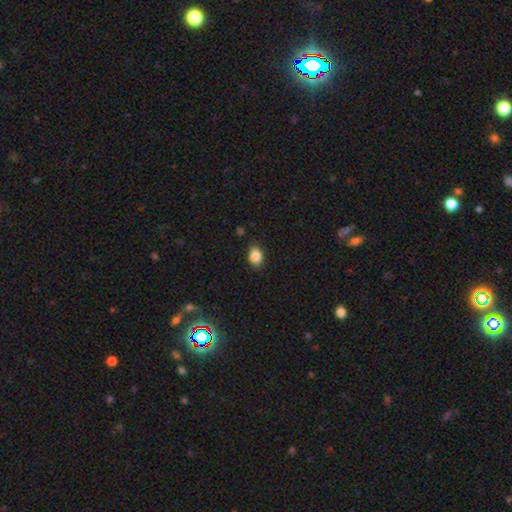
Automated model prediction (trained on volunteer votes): This is clearly a smooth galaxy (86%). How rounded: likely in between (70%). Merging: clearly none (84%).